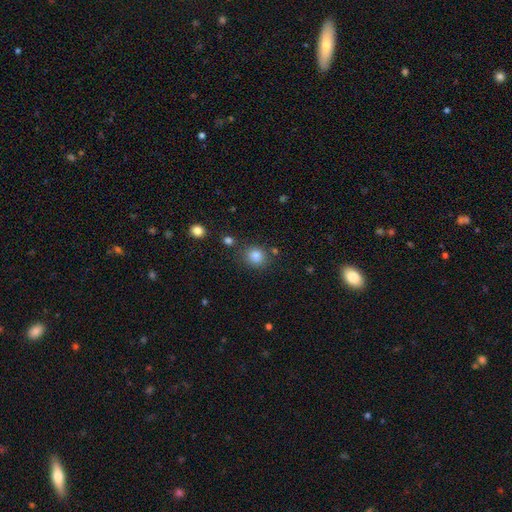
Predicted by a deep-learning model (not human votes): The model was most divided on "how rounded": round: 80%, in between: 19%, cigar-shaped: 1%. More confident: smooth or featured — smooth (85%); merging — none (79%).